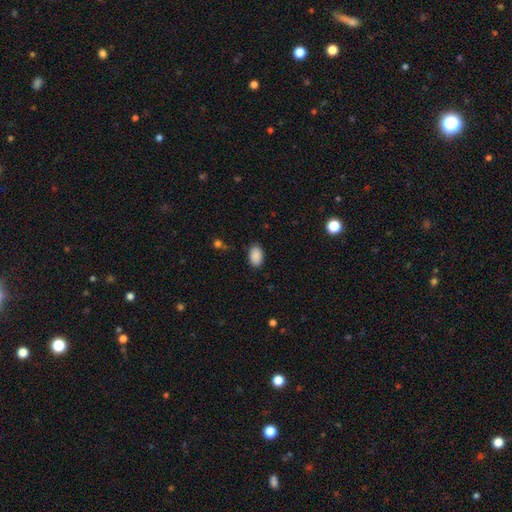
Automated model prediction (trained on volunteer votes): Q: Smooth or featured?
A: smooth (89%); runner-up: star or artifact (8%)
Q: How rounded?
A: in between (89%); runner-up: round (10%)
Q: Merging?
A: none (86%); runner-up: minor disturbance (11%)